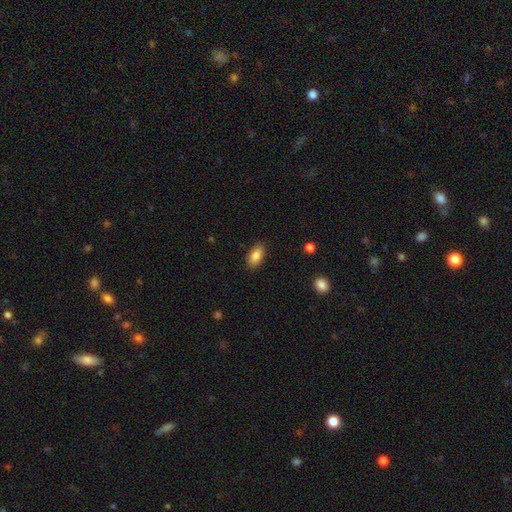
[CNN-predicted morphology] The model was most divided on "merging": none: 87%, minor disturbance: 10%, major disturbance: 2%, merger: 1%. More confident: how rounded — in between (90%); smooth or featured — smooth (85%).